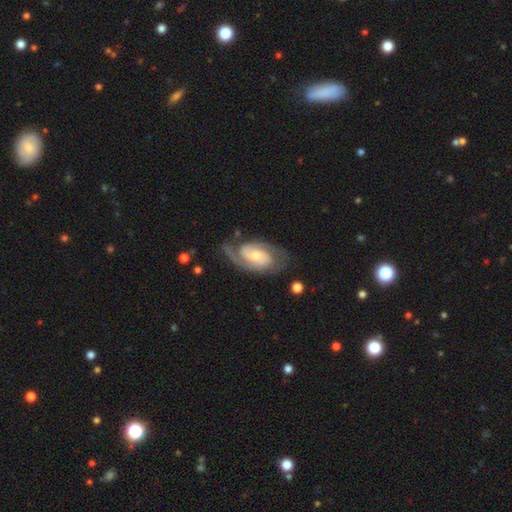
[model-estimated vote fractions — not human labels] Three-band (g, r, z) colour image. It shows a featured or disk galaxy (86%) with no bar (58%), 2 (80%) tight (48%) spiral arms (96%) and a small central bulge (53%). Merging: none (70%).